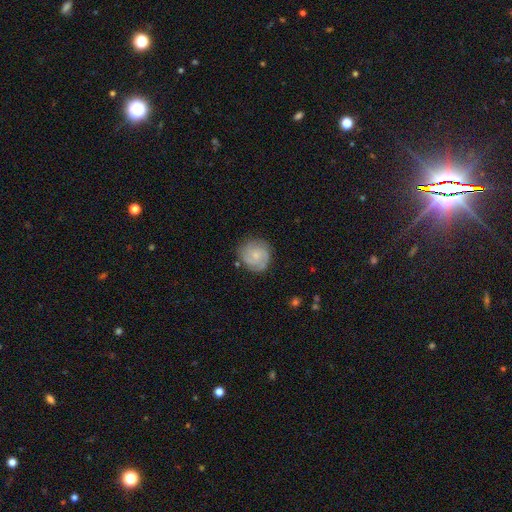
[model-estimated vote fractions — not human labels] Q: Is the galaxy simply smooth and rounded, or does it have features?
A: featured or disk — 69%.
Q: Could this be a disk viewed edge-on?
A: no — 98%.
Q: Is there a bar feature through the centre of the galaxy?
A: no — 76%.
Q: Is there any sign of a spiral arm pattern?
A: yes — 94%.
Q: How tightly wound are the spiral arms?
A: tight — 62%.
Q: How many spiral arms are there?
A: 3 — 39%.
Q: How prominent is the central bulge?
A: small — 73%.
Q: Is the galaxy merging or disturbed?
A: none — 80%.